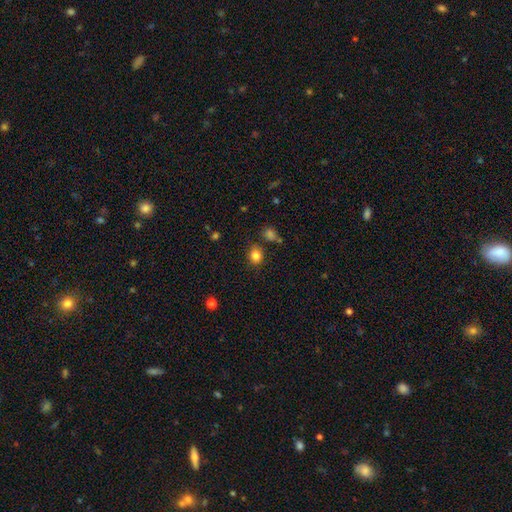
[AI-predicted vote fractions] Smooth or featured: smooth — 83% (star or artifact — 12%)
How rounded: round — 67% (in between — 32%)
Merging: none — 80% (minor disturbance — 11%)